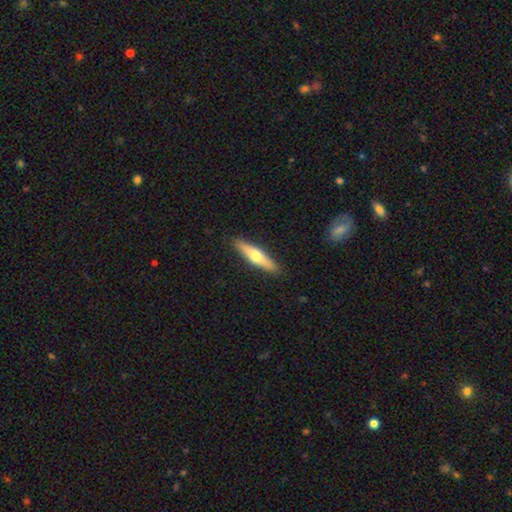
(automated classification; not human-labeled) Morphology: type=smooth (48%); merging=none (90%).